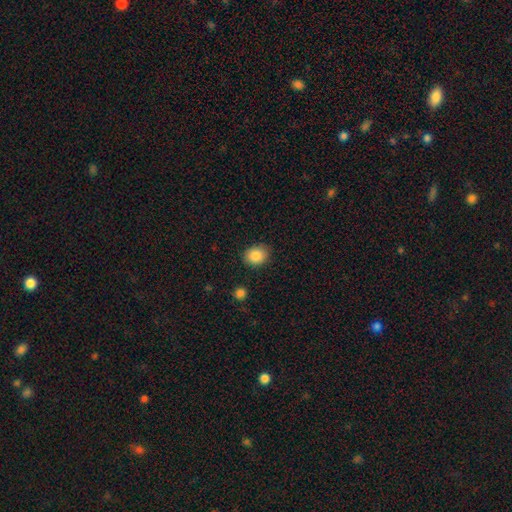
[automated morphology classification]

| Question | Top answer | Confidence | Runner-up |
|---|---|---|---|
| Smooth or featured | smooth | 87% | star or artifact (8%) |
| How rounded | round | 55% | in between (44%) |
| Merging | none | 85% | minor disturbance (11%) |